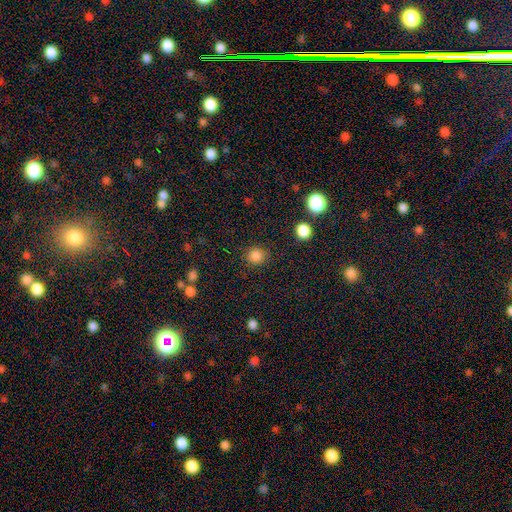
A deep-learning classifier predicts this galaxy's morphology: Smooth or featured: smooth — 85% (star or artifact — 12%)
How rounded: round — 90% (in between — 9%)
Merging: none — 88% (minor disturbance — 8%)